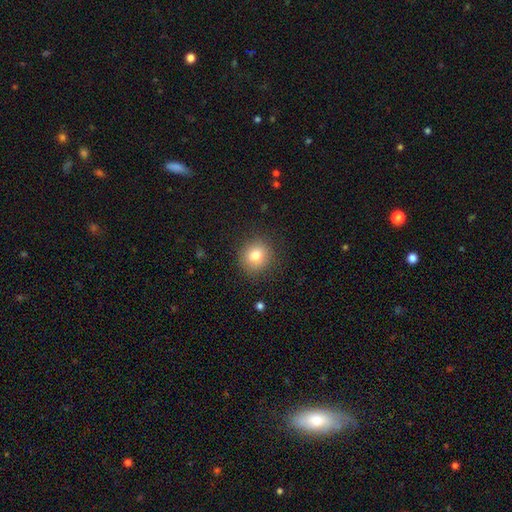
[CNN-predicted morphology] smooth 81%, star or artifact 11%, featured or disk 9%. Down the decision tree: how rounded — round (83%); merging — none (87%).